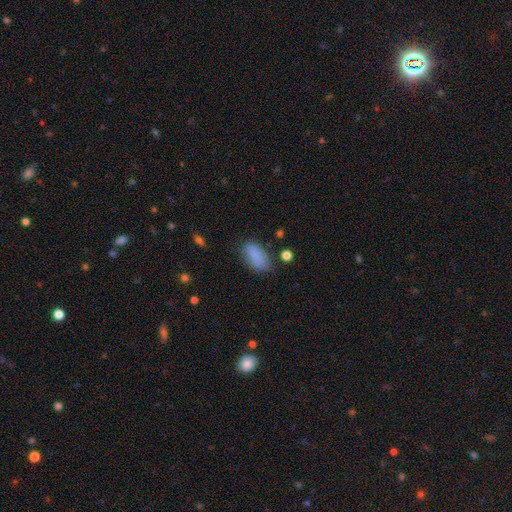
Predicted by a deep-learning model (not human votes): This is clearly a smooth galaxy (85%). How rounded: clearly in between (91%). Merging: likely none (72%).